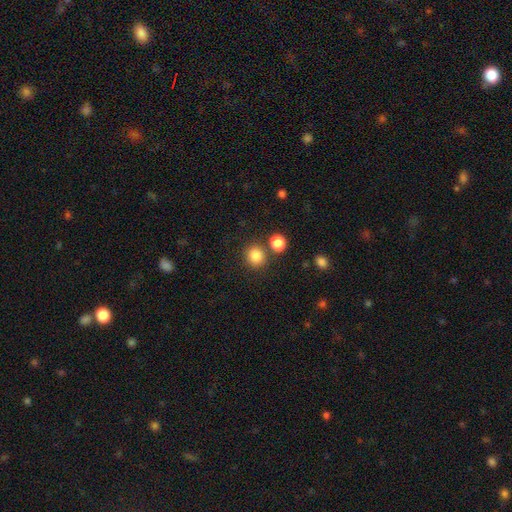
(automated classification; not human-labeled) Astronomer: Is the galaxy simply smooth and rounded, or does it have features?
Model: smooth — 84%.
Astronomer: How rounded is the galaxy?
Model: round — 87%.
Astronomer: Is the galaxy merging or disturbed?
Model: none — 77%.